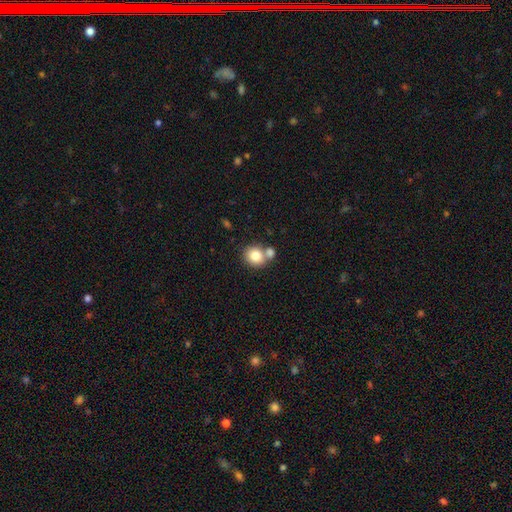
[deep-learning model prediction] Overall: smooth (80%). How rounded: round (78%). Merging: none (51%; merger 37%).